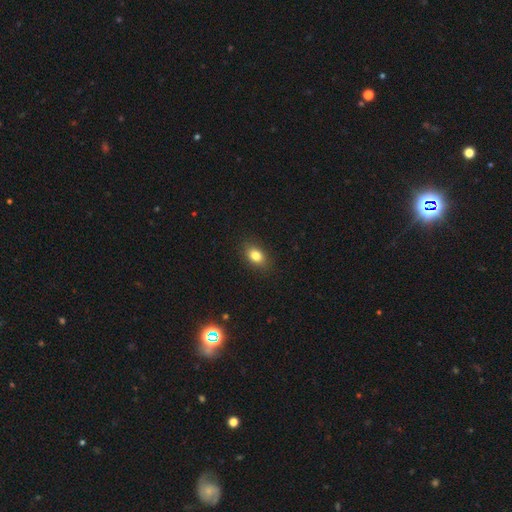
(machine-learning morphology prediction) This is clearly a smooth galaxy (82%). How rounded: likely in between (78%). Merging: clearly none (87%).